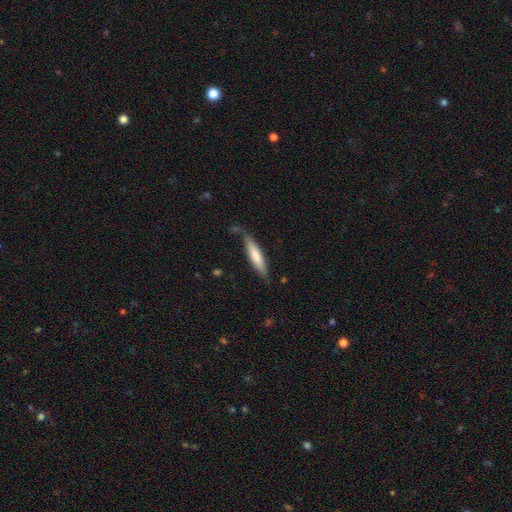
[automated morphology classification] A smooth galaxy with no disk features (70%) that is cigar-shaped (81%). Merging: none (70%).